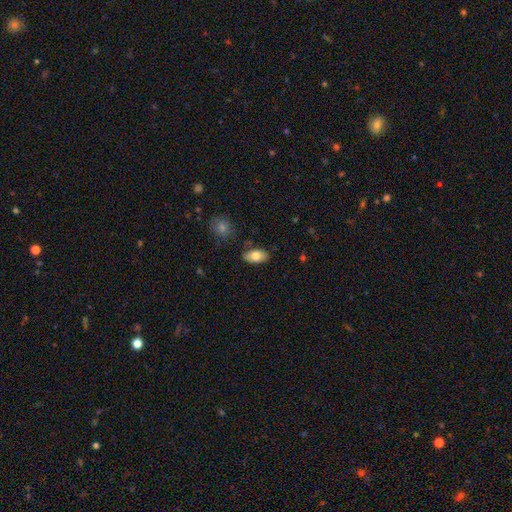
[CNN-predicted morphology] Smooth or featured? Predicted: smooth (p=0.78). How rounded? Predicted: in between (p=0.93). Merging? Predicted: none (p=0.83).